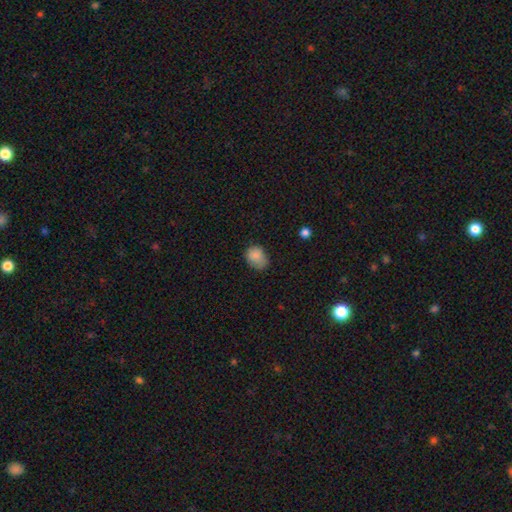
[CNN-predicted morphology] smooth_or_featured: smooth (p=0.83) [alt: star or artifact p=0.10]
how_rounded: in between (p=0.57) [alt: round p=0.42]
merging: none (p=0.53) [alt: minor disturbance p=0.36]